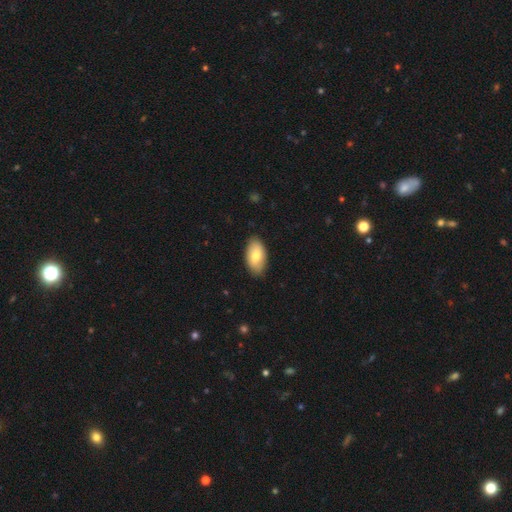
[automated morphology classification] Overall: smooth (78%). How rounded: in between (95%). Merging: none (85%).